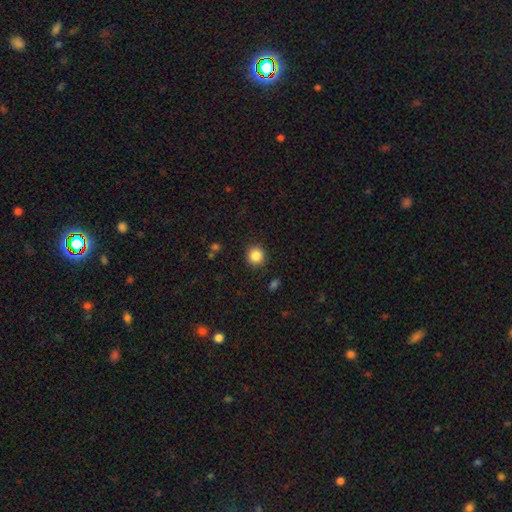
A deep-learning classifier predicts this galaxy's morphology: The model was most divided on "smooth or featured": smooth: 86%, star or artifact: 10%, featured or disk: 4%. More confident: how rounded — round (92%); merging — none (91%).